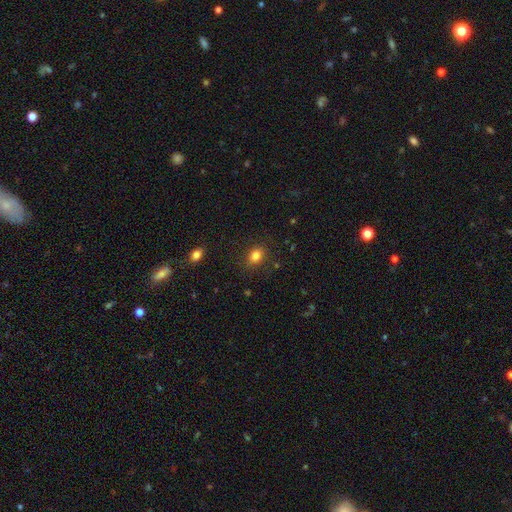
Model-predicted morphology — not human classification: smooth_or_featured: smooth (p=0.82) [alt: star or artifact p=0.11]
how_rounded: in between (p=0.57) [alt: round p=0.42]
merging: none (p=0.85) [alt: minor disturbance p=0.11]